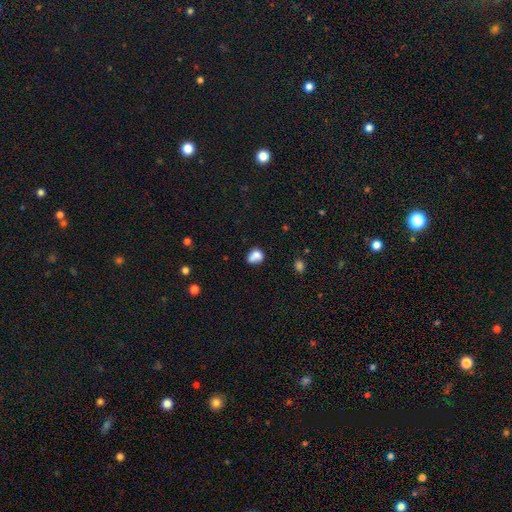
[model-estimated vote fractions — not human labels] Overall: smooth (76%). How rounded: in between (55%; round 44%). Merging: none (37%; merger 29%).